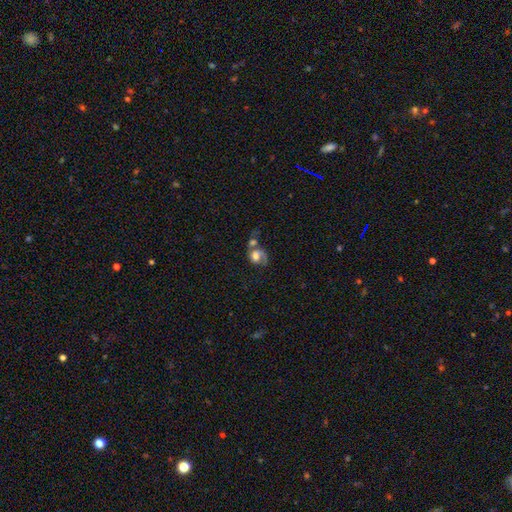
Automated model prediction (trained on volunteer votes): Smooth or featured? Predicted: featured or disk (p=0.56). Edge-on disk? Predicted: no (p=0.97). Bar? Predicted: no (p=0.69). Spiral arms? Predicted: yes (p=0.81). Bulge size? Predicted: large (p=0.41). Merging? Predicted: merger (p=0.50).